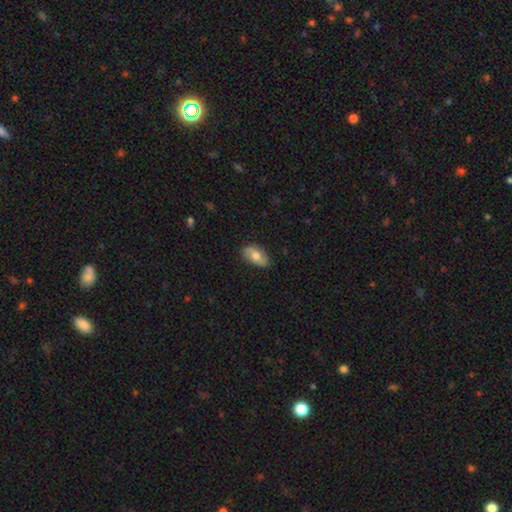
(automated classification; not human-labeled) Morphology: type=smooth (62%); roundness=in between (91%); merging=none (82%).